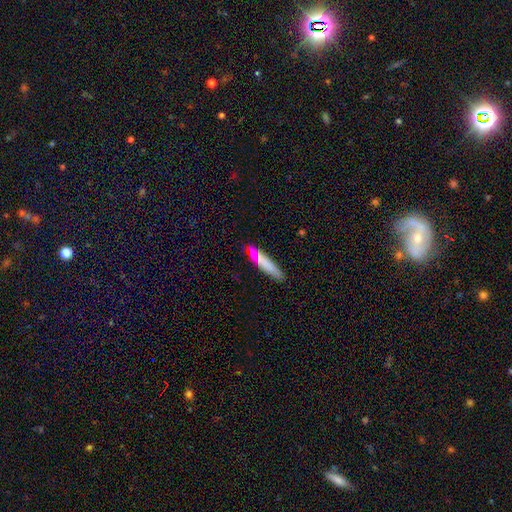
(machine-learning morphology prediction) smooth-or-featured: smooth: 70% | featured or disk: 22% | star or artifact: 8%
  how-rounded: cigar-shaped: 88% | in between: 10% | round: 2%
  merging: none: 78% | minor disturbance: 16% | merger: 3% | major disturbance: 3%